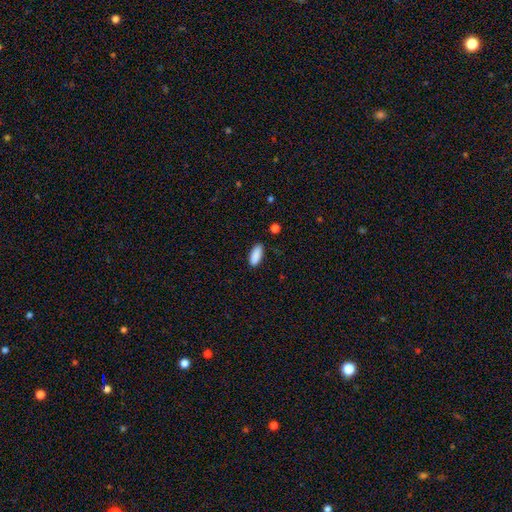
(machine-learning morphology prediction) This is clearly a smooth galaxy (90%). How rounded: likely in between (80%). Merging: clearly none (86%).